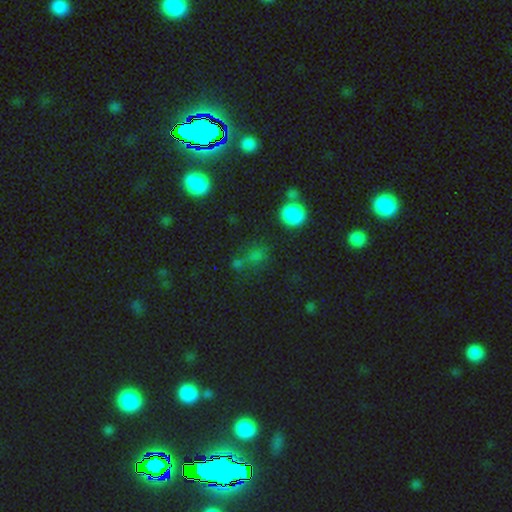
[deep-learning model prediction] Smooth or featured?
  - smooth: 59% *
  - star or artifact: 32%
  - featured or disk: 9%
How rounded?
  - round: 67% *
  - in between: 30%
  - cigar-shaped: 3%
Merging?
  - none: 57% *
  - merger: 21%
  - minor disturbance: 13%
  - major disturbance: 9%